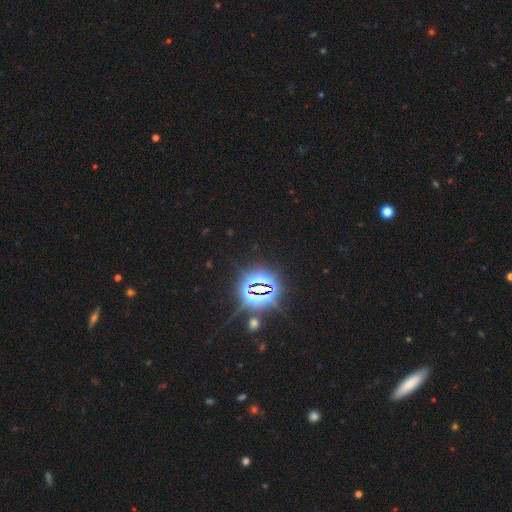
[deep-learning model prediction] A star or artifact, not a galaxy (84%).